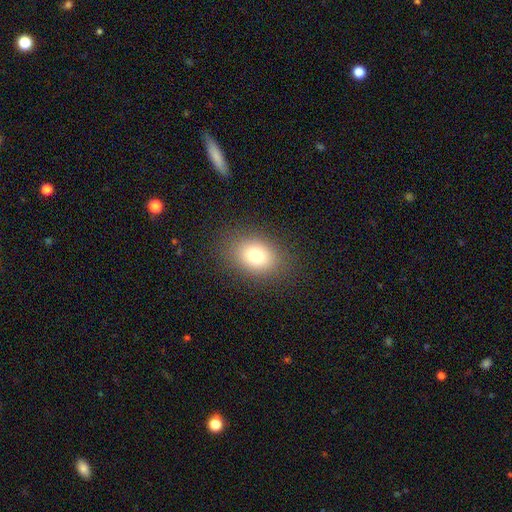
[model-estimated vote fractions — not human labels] This is likely a smooth galaxy (77%). How rounded: likely in between (65%). Merging: clearly none (85%).